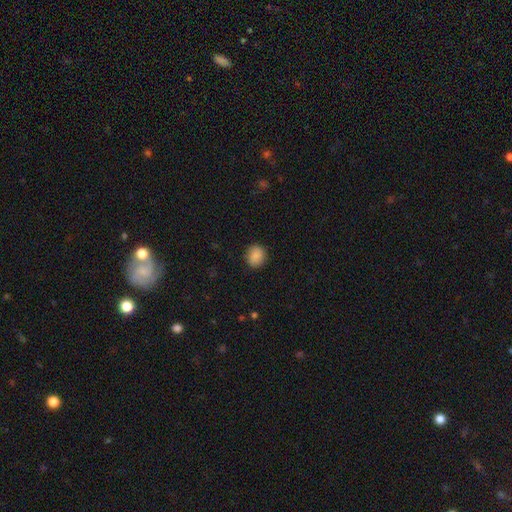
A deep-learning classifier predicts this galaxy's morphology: type=smooth (88%); roundness=round (78%); merging=none (87%).